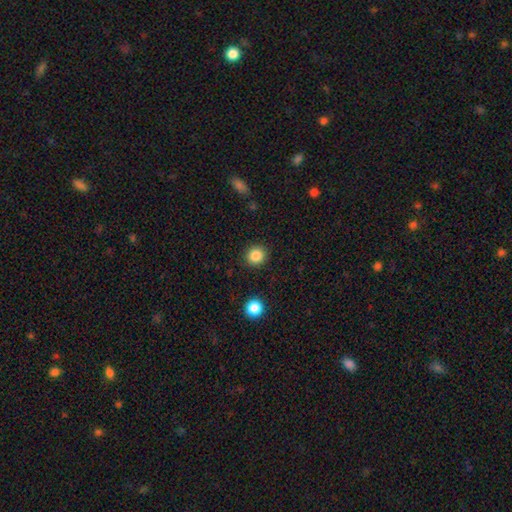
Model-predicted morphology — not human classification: smooth 85%, star or artifact 11%, featured or disk 4%. Down the decision tree: how rounded — round (89%); merging — none (90%).